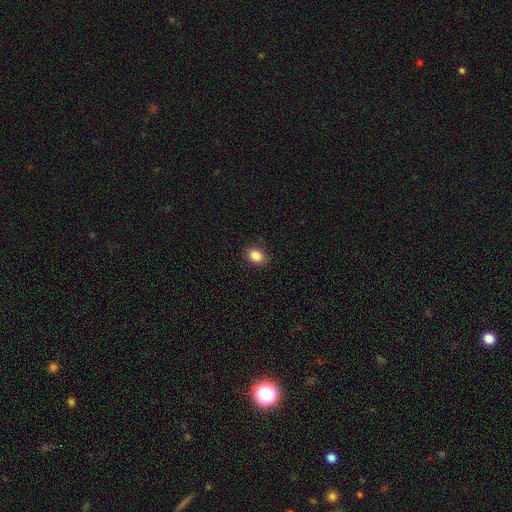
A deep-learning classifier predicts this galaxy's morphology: A smooth galaxy with no disk features (86%) that is in between round and cigar-shaped (57%). Merging: none (87%).